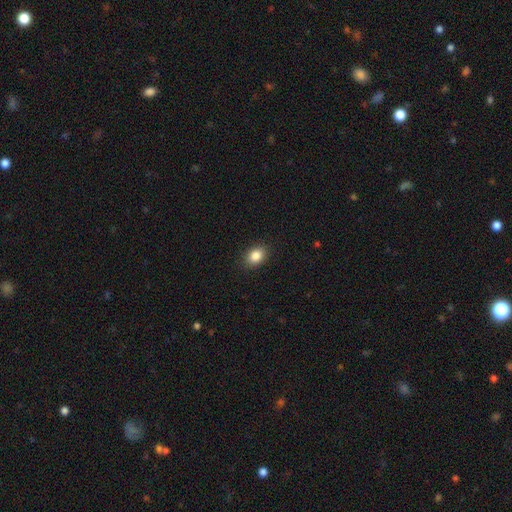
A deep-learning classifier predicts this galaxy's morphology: Smooth or featured: smooth — 86% (star or artifact — 9%)
How rounded: in between — 70% (round — 29%)
Merging: none — 89% (minor disturbance — 8%)